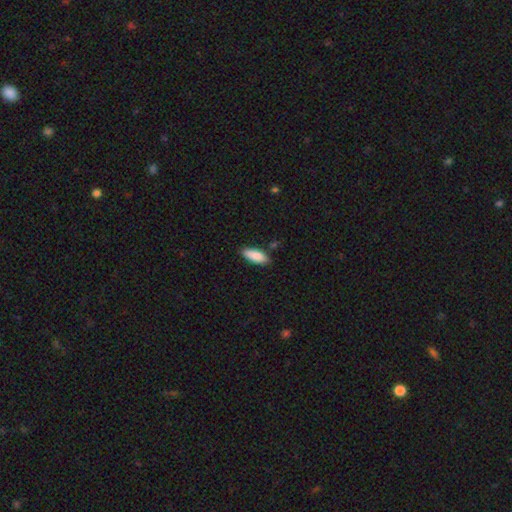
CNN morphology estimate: smooth_or_featured: smooth (p=0.88) [alt: featured or disk p=0.06]
how_rounded: in between (p=0.76) [alt: cigar-shaped p=0.22]
merging: none (p=0.81) [alt: minor disturbance p=0.14]